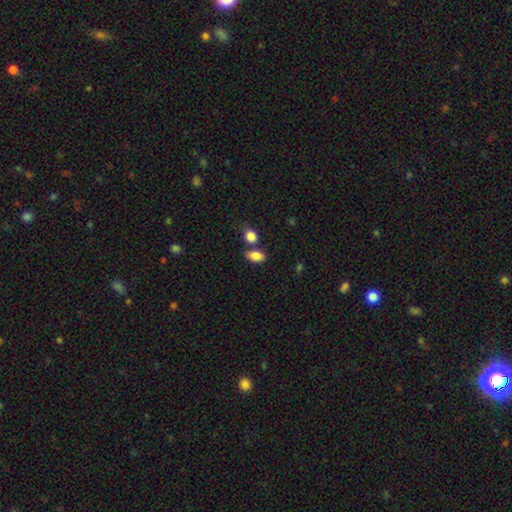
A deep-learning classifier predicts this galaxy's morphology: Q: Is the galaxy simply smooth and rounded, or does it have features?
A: smooth — 85%.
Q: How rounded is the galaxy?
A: in between — 87%.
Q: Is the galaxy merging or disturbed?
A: none — 61%.